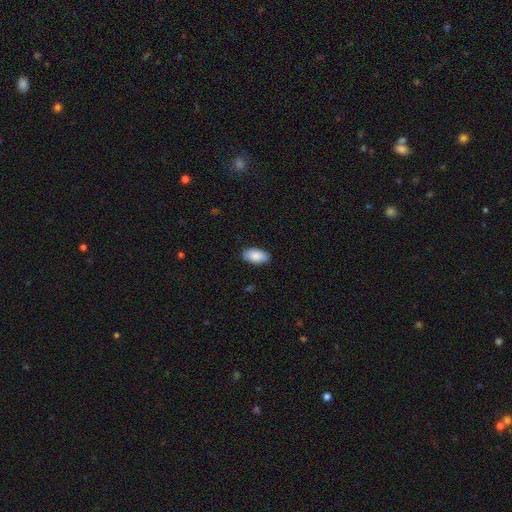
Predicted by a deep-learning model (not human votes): Morphology: type=smooth (89%); roundness=in between (95%); merging=none (88%).